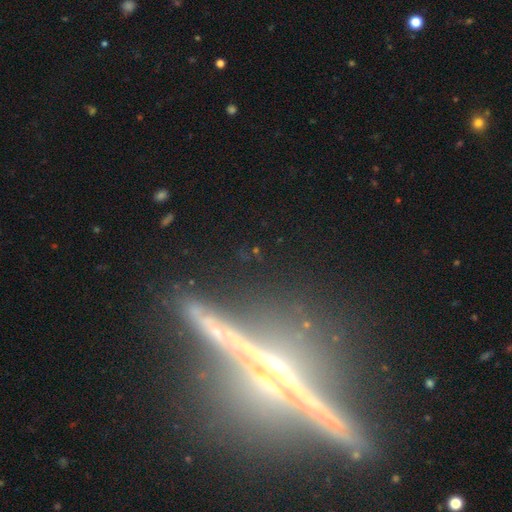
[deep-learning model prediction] Q: Smooth or featured?
A: featured or disk (55%); runner-up: star or artifact (34%)
Q: Edge-on disk?
A: yes (87%); runner-up: no (13%)
Q: Merging?
A: none (80%); runner-up: minor disturbance (10%)